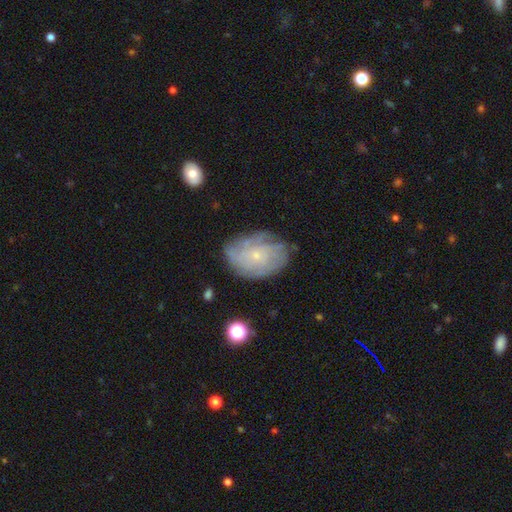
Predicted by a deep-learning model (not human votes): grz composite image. It shows a featured or disk galaxy (67%) with no bar (82%), tight (65%) spiral arms (85%) and a small central bulge (83%). Merging: none (69%).